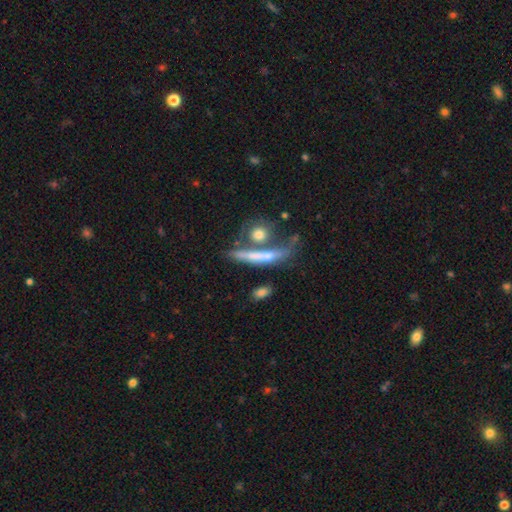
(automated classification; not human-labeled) smooth_or_featured: smooth (p=0.49) [alt: featured or disk p=0.41]
merging: none (p=0.52) [alt: merger p=0.26]